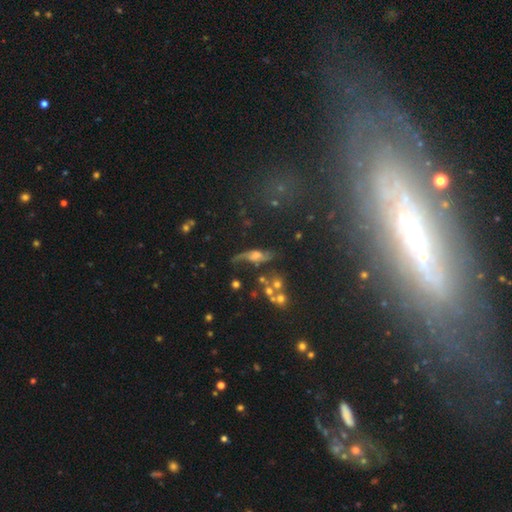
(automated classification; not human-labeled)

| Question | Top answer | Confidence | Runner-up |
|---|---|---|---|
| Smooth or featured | featured or disk | 53% | smooth (26%) |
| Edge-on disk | yes | 54% | no (46%) |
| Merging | none | 55% | minor disturbance (18%) |